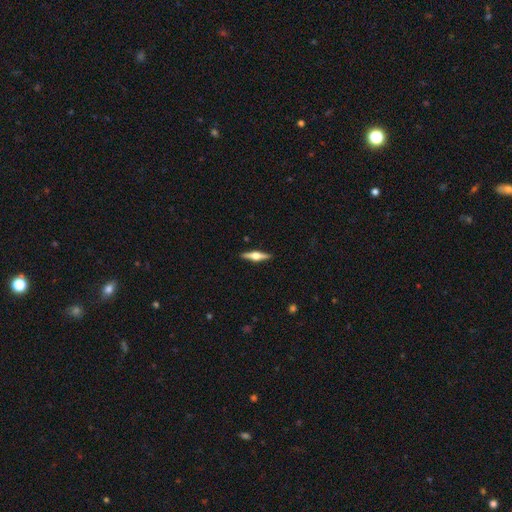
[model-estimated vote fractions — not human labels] Overall: featured or disk (71%). Edge-on disk: yes (97%). Edge-on bulge: rounded (93%). Merging: none (91%).